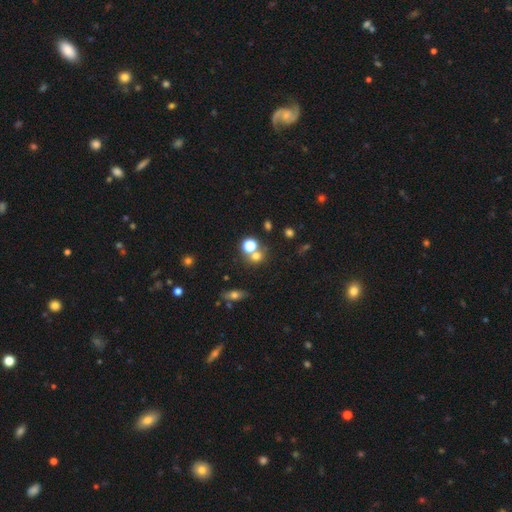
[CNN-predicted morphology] Overall: smooth (67%). How rounded: round (79%). Merging: none (55%; merger 33%).